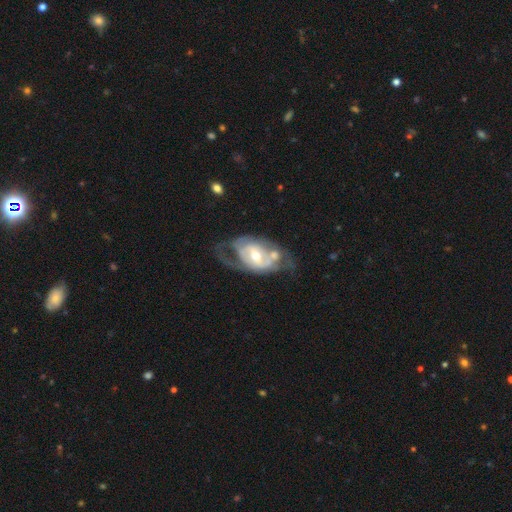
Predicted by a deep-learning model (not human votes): Overall: featured or disk (78%). Edge-on disk: no (95%). Bar: weak (39%; no 37%). Spiral arms: yes (68%; no 32%). Spiral arm count: 2 (58%; can't tell 28%). Spiral winding: medium (39%; tight 38%). Bulge size: moderate (57%; small 36%). Merging: none (37%; major disturbance 26%).